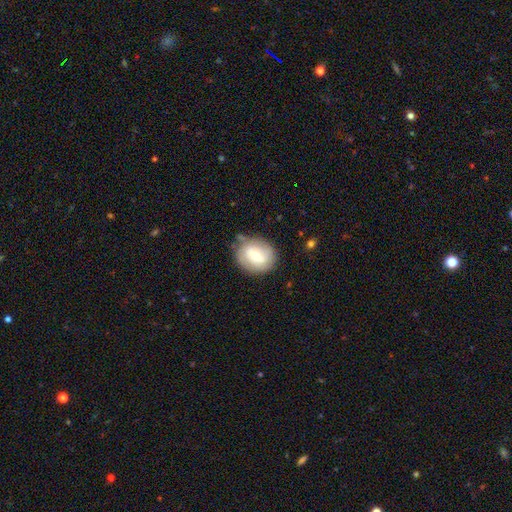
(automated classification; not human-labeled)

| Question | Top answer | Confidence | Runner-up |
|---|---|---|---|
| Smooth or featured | smooth | 49% | featured or disk (44%) |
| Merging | none | 74% | minor disturbance (18%) |